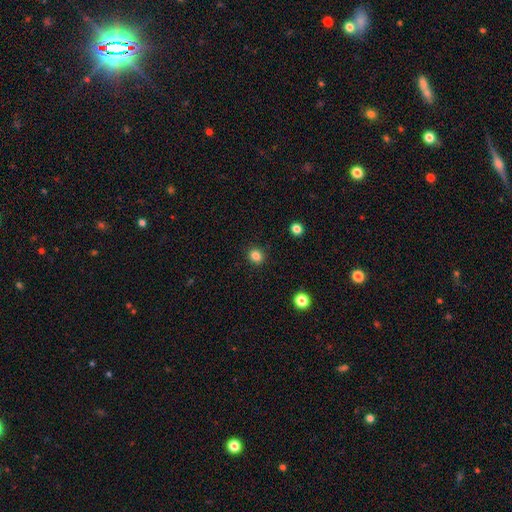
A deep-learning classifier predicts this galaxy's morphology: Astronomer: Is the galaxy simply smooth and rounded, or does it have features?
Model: smooth — 84%.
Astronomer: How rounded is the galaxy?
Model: round — 80%.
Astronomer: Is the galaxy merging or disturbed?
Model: none — 91%.